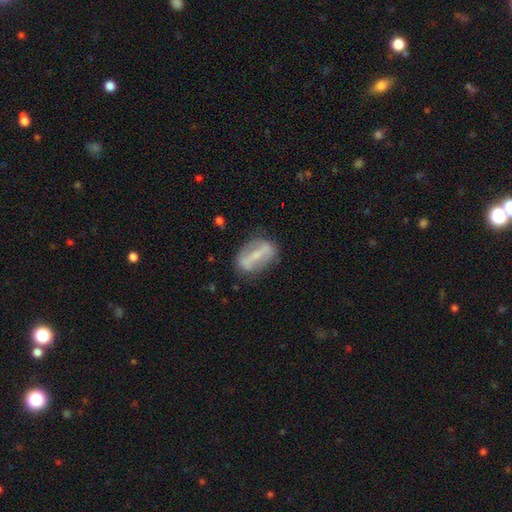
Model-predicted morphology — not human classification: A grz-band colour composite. It shows a featured or disk galaxy (65%) with a strong bar (74%), no spiral arms (64%) and a small central bulge (57%). Merging: none (76%).